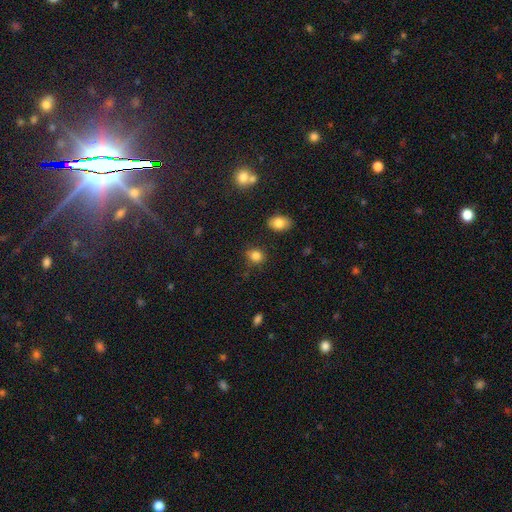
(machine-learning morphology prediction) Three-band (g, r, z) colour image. It shows a smooth galaxy with no disk features (84%) that is round (69%). Merging: none (80%).